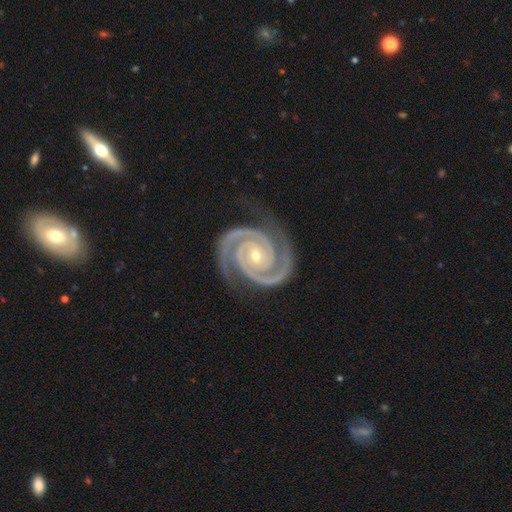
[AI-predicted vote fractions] Smooth or featured?
  - featured or disk: 95% *
  - star or artifact: 3%
  - smooth: 2%
Edge-on disk?
  - no: 98% *
  - yes: 2%
Bar?
  - no: 69% *
  - weak: 18%
  - strong: 14%
Spiral arms?
  - yes: 99% *
  - no: 1%
Spiral winding?
  - tight: 81% *
  - medium: 17%
  - loose: 2%
Spiral arm count?
  - 2: 93% *
  - 3: 3%
  - can't tell: 1%
  - 4: 1%
  - 1: 1%
  - more than 4: 1%
Bulge size?
  - small: 63% *
  - moderate: 35%
  - large: 1%
  - none: 1%
  - dominant: 1%
Merging?
  - none: 84% *
  - minor disturbance: 12%
  - major disturbance: 3%
  - merger: 1%